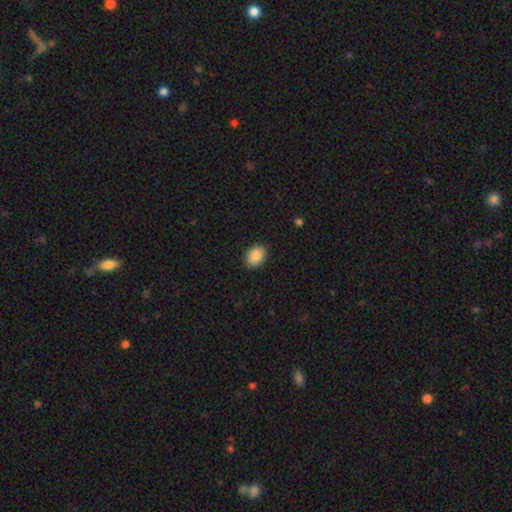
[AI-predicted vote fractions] Smooth or featured?
  - smooth: 89% *
  - star or artifact: 7%
  - featured or disk: 4%
How rounded?
  - in between: 71% *
  - round: 28%
  - cigar-shaped: 1%
Merging?
  - none: 88% *
  - minor disturbance: 9%
  - major disturbance: 2%
  - merger: 1%